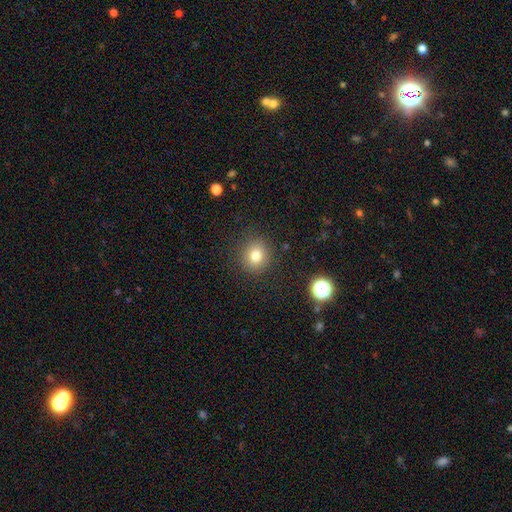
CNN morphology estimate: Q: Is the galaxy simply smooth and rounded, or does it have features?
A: smooth — 79%.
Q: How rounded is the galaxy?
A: round — 85%.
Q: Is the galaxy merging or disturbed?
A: none — 88%.